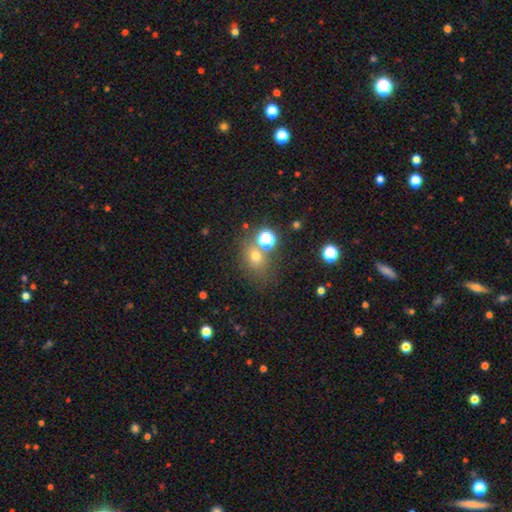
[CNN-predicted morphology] A smooth galaxy with no disk features (66%) that is round (59%). Merging: none (64%).